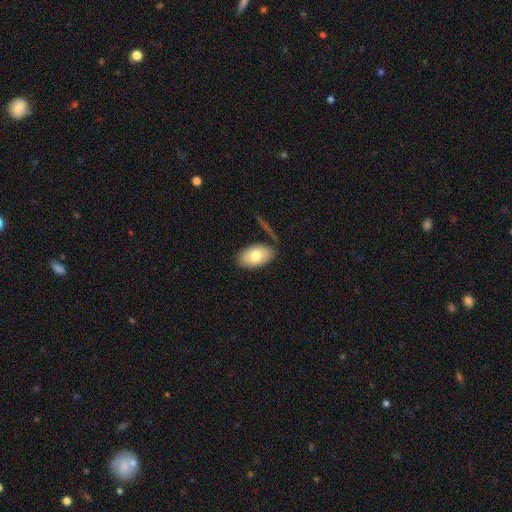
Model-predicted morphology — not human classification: A smooth galaxy with no disk features (75%) that is in between round and cigar-shaped (92%).

Vote fractions:
- Smooth or featured? smooth: 75% / featured or disk: 18% / star or artifact: 6%
- How rounded? in between: 92% / round: 6% / cigar-shaped: 1%
- Merging? none: 78% / minor disturbance: 14% / merger: 5% / major disturbance: 4%